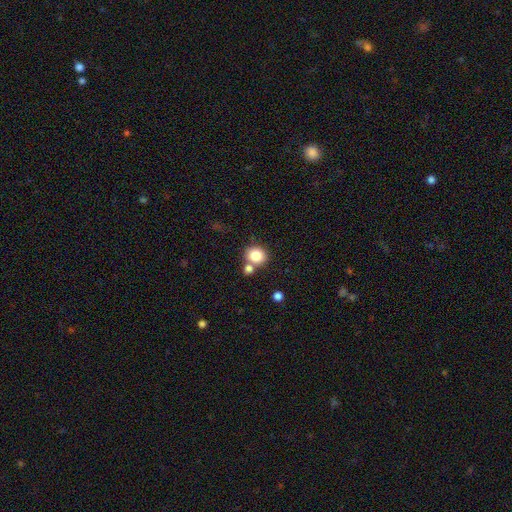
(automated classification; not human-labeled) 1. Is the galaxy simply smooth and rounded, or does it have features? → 83% smooth, 10% star or artifact, 7% featured or disk.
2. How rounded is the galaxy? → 81% round, 18% in between, 1% cigar-shaped.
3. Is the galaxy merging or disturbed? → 59% none, 29% merger, 9% minor disturbance, 3% major disturbance.